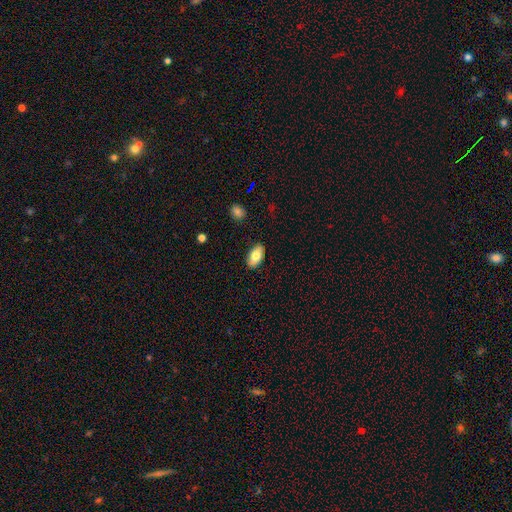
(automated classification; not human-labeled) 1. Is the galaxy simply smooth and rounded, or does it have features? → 78% smooth, 16% featured or disk, 7% star or artifact.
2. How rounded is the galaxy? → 92% in between, 4% cigar-shaped, 3% round.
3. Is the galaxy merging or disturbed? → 87% none, 10% minor disturbance, 2% major disturbance, 1% merger.